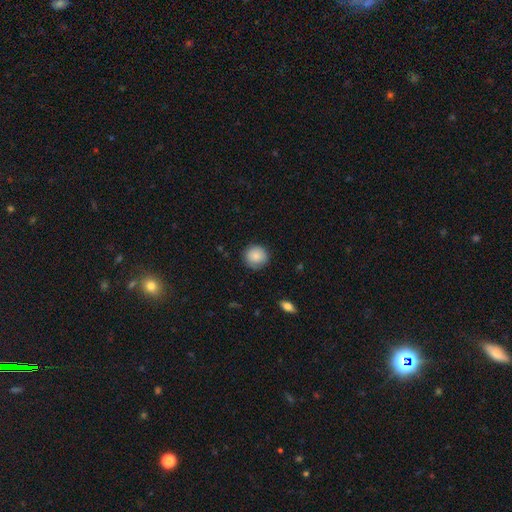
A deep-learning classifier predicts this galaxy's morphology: A smooth galaxy with no disk features (88%) that is round (92%).

Vote fractions:
- Smooth or featured? smooth: 88% / star or artifact: 8% / featured or disk: 5%
- How rounded? round: 92% / in between: 7% / cigar-shaped: 1%
- Merging? none: 87% / minor disturbance: 9% / major disturbance: 2% / merger: 1%